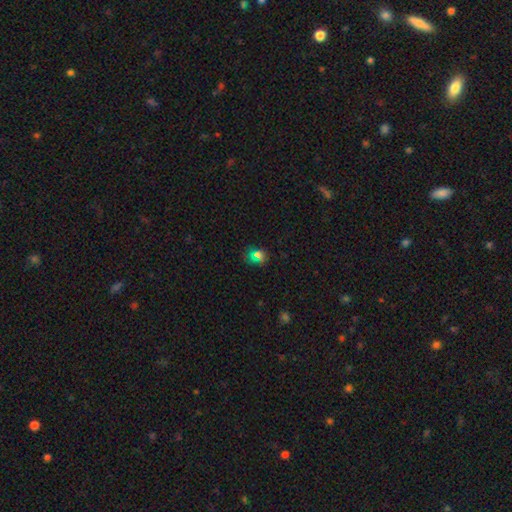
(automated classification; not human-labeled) Smooth or featured: smooth — 60% (star or artifact — 31%)
How rounded: round — 64% (in between — 34%)
Merging: none — 78% (minor disturbance — 13%)